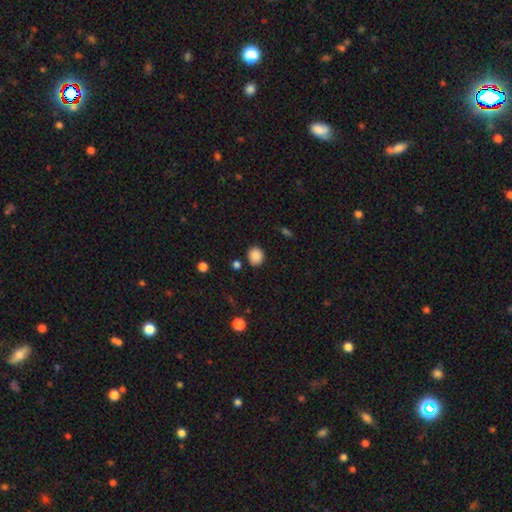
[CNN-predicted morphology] A smooth galaxy with no disk features (87%) that is round (77%).

Vote fractions:
- Smooth or featured? smooth: 87% / star or artifact: 10% / featured or disk: 3%
- How rounded? round: 77% / in between: 22% / cigar-shaped: 1%
- Merging? none: 83% / minor disturbance: 11% / merger: 3% / major disturbance: 3%